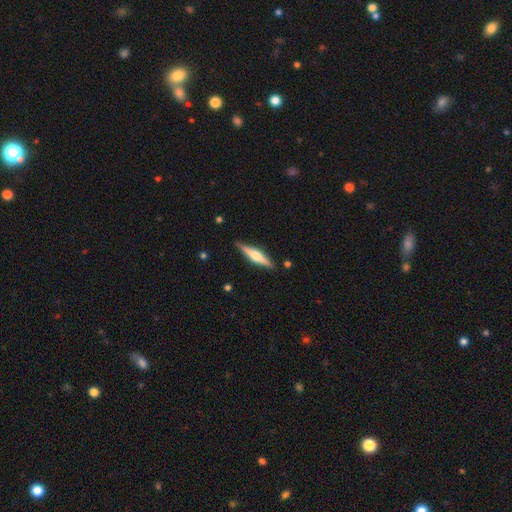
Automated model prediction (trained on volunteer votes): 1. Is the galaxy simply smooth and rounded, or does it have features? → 66% featured or disk, 29% smooth, 5% star or artifact.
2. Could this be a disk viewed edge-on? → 97% yes, 3% no.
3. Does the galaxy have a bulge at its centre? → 88% rounded, 8% boxy, 4% none.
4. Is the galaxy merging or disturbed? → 88% none, 9% minor disturbance, 2% major disturbance, 2% merger.